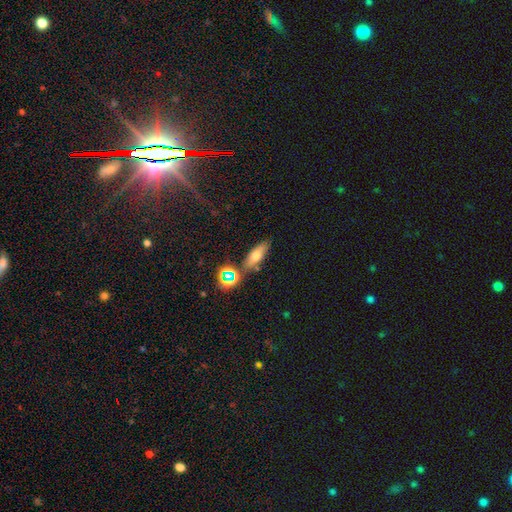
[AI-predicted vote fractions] smooth-or-featured: smooth: 60% | featured or disk: 24% | star or artifact: 16%
  how-rounded: in between: 58% | cigar-shaped: 35% | round: 8%
  merging: none: 74% | minor disturbance: 13% | merger: 9% | major disturbance: 4%